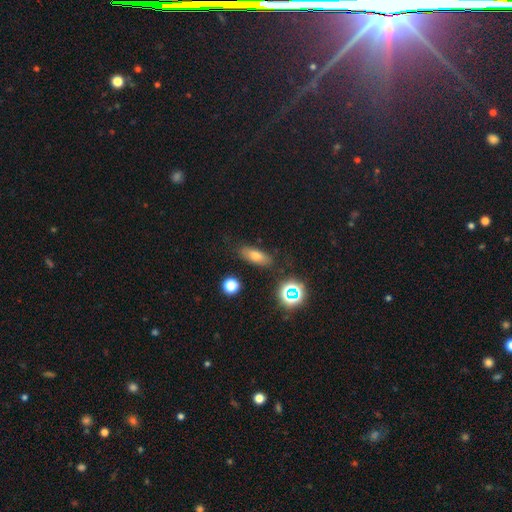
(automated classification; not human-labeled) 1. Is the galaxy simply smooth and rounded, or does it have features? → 67% smooth, 17% featured or disk, 16% star or artifact.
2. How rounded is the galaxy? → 69% in between, 23% cigar-shaped, 8% round.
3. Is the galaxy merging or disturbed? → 81% none, 12% minor disturbance, 4% major disturbance, 3% merger.